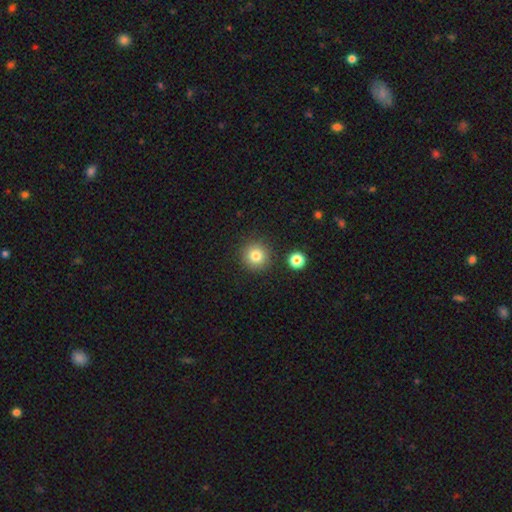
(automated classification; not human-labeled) This appears to be a smooth galaxy with no disk features (81%) that is round (94%). Merging: none (87%).